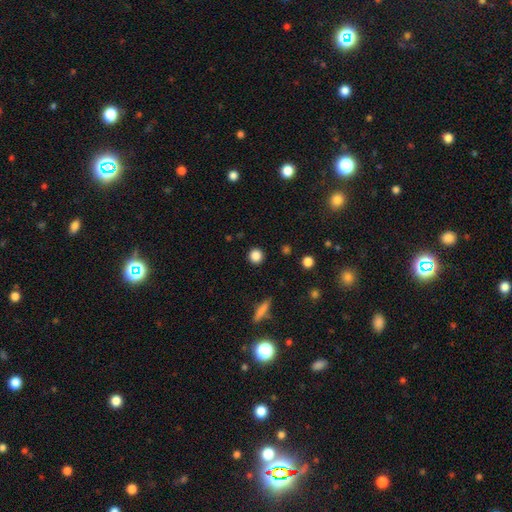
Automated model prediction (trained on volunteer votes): A smooth galaxy with no disk features (85%) that is round (93%). Merging: none (91%).